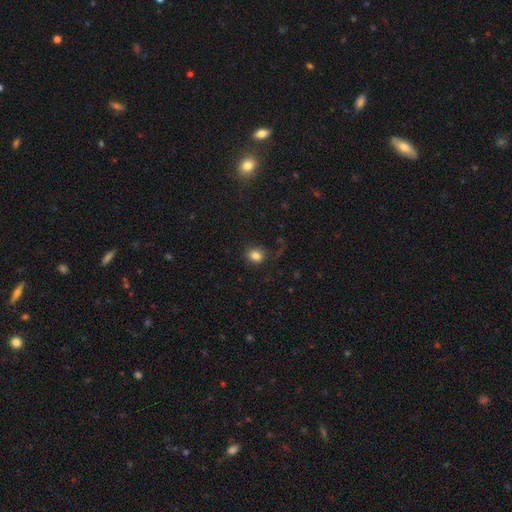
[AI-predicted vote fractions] smooth 83%, star or artifact 12%, featured or disk 5%. Down the decision tree: how rounded — round (72%); merging — none (81%).